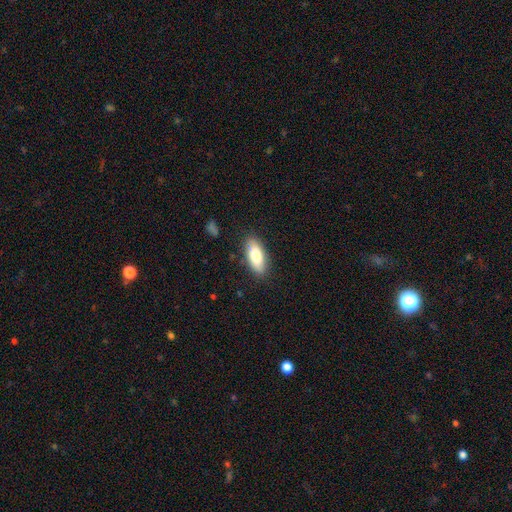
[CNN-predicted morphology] Overall: smooth (77%). How rounded: in between (81%). Merging: none (84%).